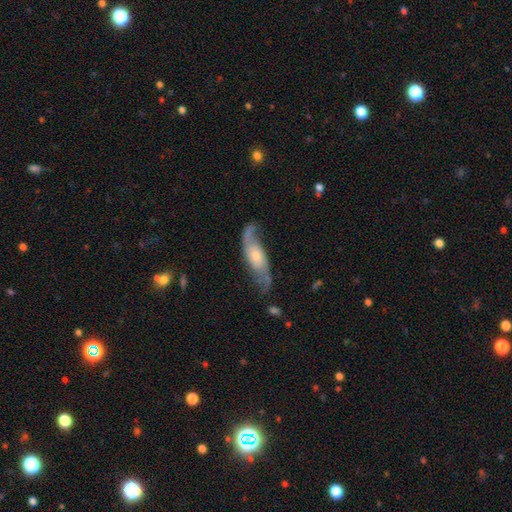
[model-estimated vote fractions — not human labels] Smooth or featured? featured or disk (79%)
Edge-on disk? no (85%)
Bar? no (66%)
Spiral arms? yes (93%)
Spiral winding? loose (50%)
Spiral arm count? 2 (87%)
Bulge size? small (46%)
Merging? none (70%)